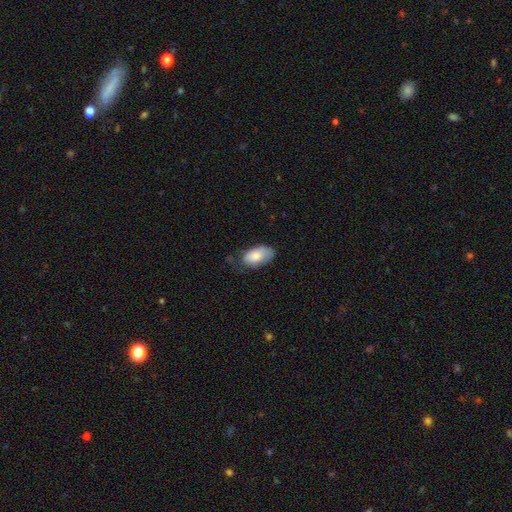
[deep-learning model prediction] Smooth or featured? smooth (80%)
How rounded? in between (94%)
Merging? none (52%)